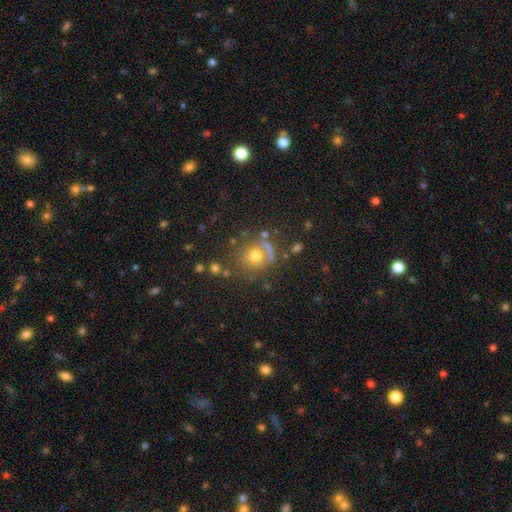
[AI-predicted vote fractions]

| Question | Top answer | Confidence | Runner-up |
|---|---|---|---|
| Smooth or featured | smooth | 59% | featured or disk (25%) |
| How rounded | round | 83% | in between (16%) |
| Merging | none | 60% | minor disturbance (15%) |